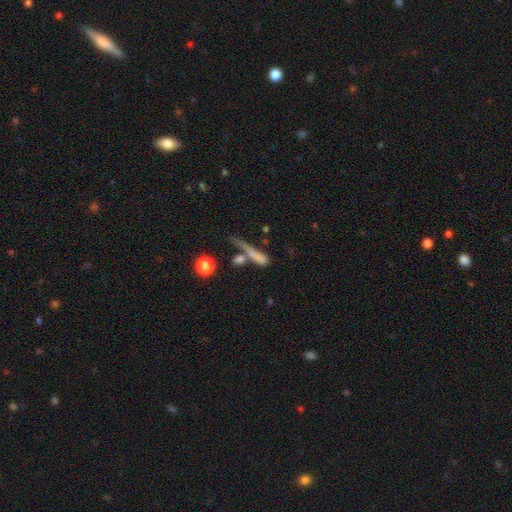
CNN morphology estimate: Overall: smooth (65%). How rounded: cigar-shaped (67%). Merging: none (37%; merger 31%).